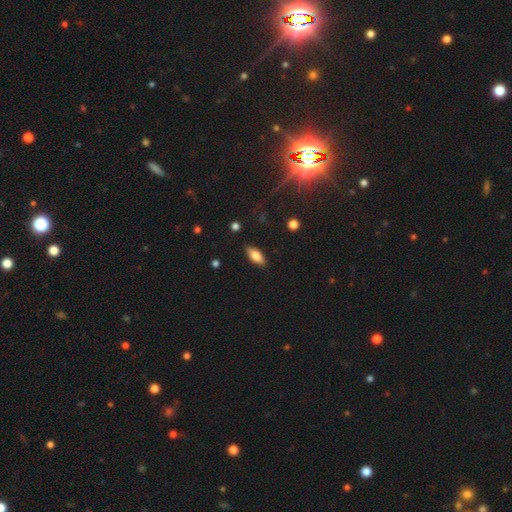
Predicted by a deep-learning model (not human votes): smooth 78%, featured or disk 15%, star or artifact 7%. Down the decision tree: how rounded — in between (79%); merging — none (87%).